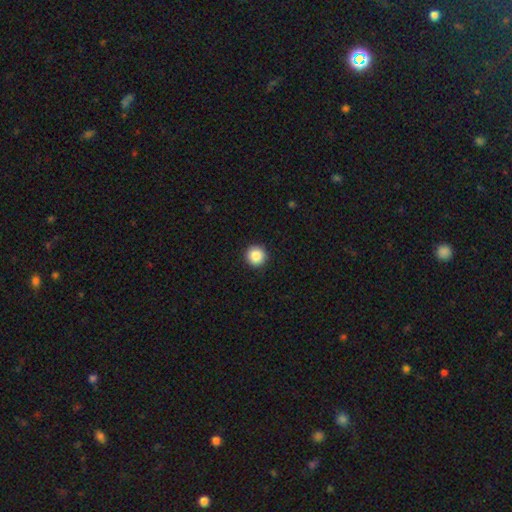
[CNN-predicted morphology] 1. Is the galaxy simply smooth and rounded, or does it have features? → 87% smooth, 9% star or artifact, 3% featured or disk.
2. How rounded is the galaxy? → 96% round, 3% in between, 1% cigar-shaped.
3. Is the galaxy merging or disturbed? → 93% none, 4% minor disturbance, 2% major disturbance, 1% merger.